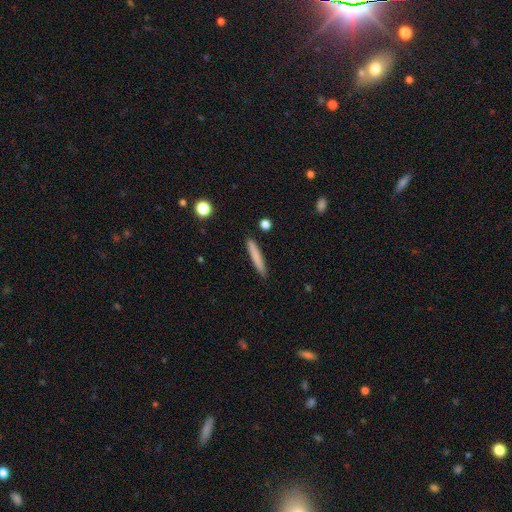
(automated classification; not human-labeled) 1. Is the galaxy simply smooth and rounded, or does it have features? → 78% smooth, 16% featured or disk, 7% star or artifact.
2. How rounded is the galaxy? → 95% cigar-shaped, 4% in between, 1% round.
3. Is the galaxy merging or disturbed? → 90% none, 7% minor disturbance, 2% merger, 2% major disturbance.